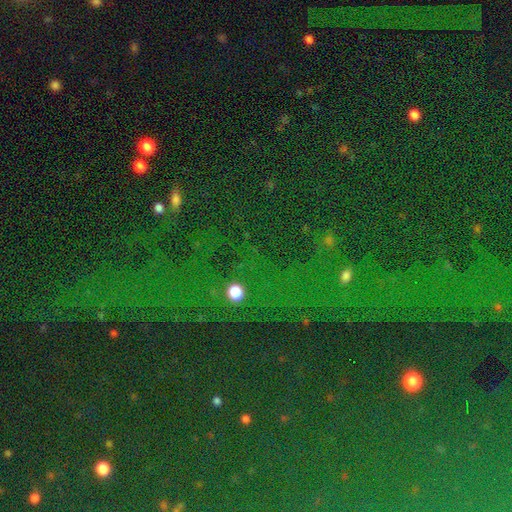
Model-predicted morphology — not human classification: A star or artifact, not a galaxy (84%).